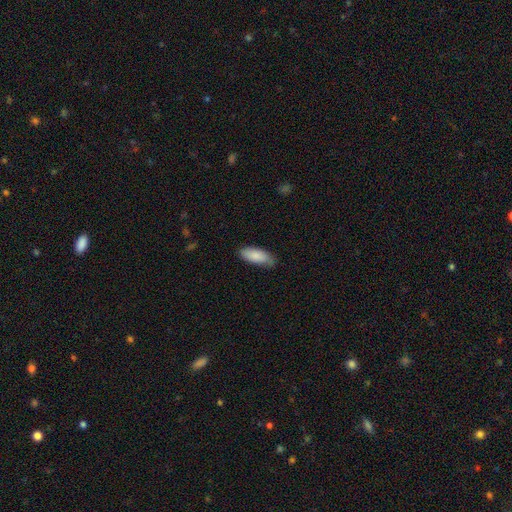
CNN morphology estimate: Q: Smooth or featured?
A: smooth (86%); runner-up: featured or disk (8%)
Q: How rounded?
A: in between (78%); runner-up: cigar-shaped (21%)
Q: Merging?
A: none (72%); runner-up: minor disturbance (23%)